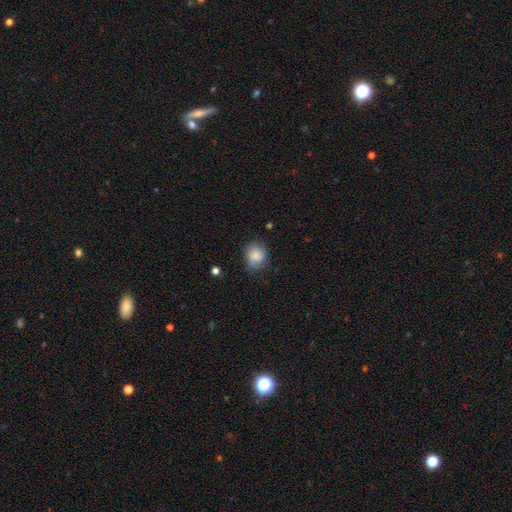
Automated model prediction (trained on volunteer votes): Morphology: type=smooth (83%); roundness=round (62%); merging=none (64%).